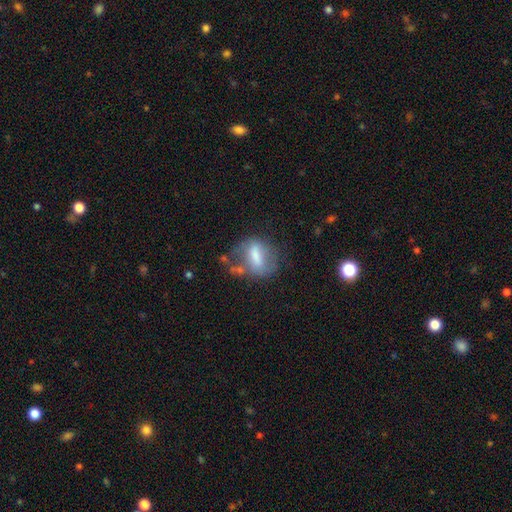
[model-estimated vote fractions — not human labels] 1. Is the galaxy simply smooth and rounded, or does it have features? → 53% smooth, 37% featured or disk, 10% star or artifact.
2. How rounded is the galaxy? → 65% in between, 23% round, 13% cigar-shaped.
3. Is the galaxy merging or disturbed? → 51% none, 24% minor disturbance, 17% major disturbance, 8% merger.